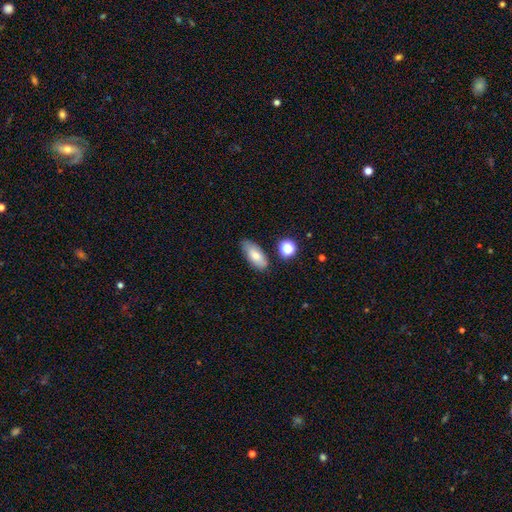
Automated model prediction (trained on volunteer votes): Smooth or featured? Predicted: smooth (p=0.76). How rounded? Predicted: in between (p=0.84). Merging? Predicted: none (p=0.76).